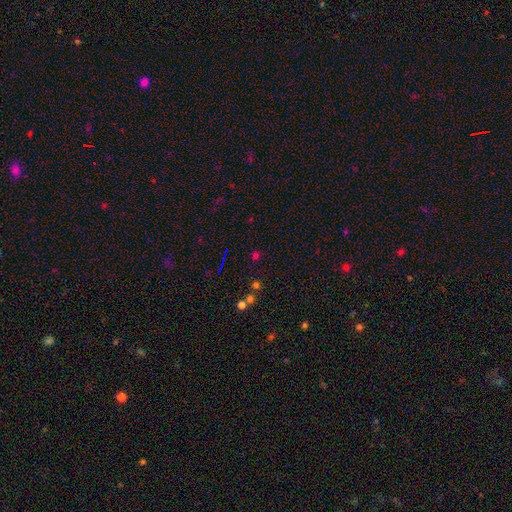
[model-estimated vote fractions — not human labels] smooth_or_featured: star or artifact (p=0.47) [alt: smooth p=0.45]